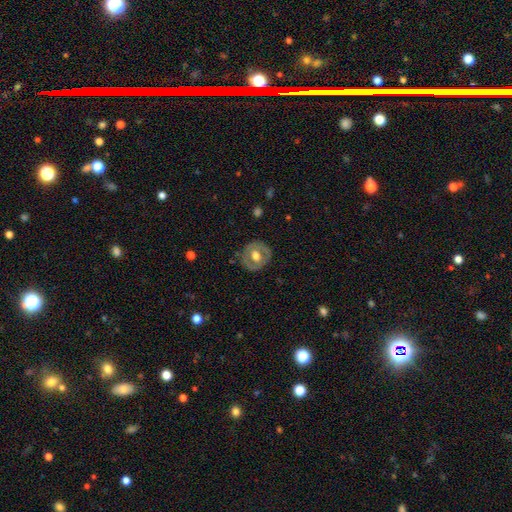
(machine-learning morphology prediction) featured or disk 50%, smooth 44%, star or artifact 6%. Down the decision tree: edge-on disk — no (95%); merging — none (81%).